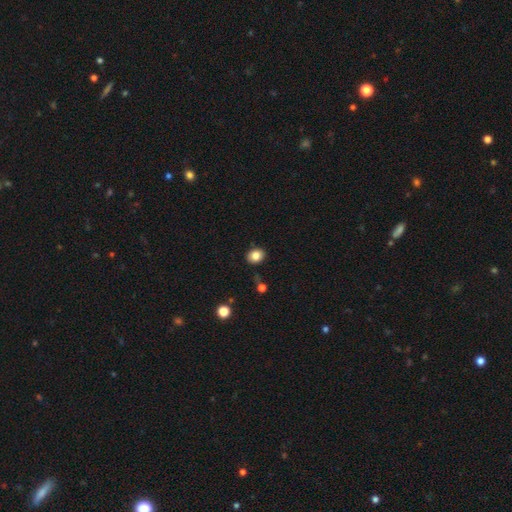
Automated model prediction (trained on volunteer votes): A smooth galaxy with no disk features (83%) that is round (53%).

Vote fractions:
- Smooth or featured? smooth: 83% / star or artifact: 10% / featured or disk: 7%
- How rounded? round: 53% / in between: 46% / cigar-shaped: 1%
- Merging? none: 85% / minor disturbance: 11% / merger: 2% / major disturbance: 2%